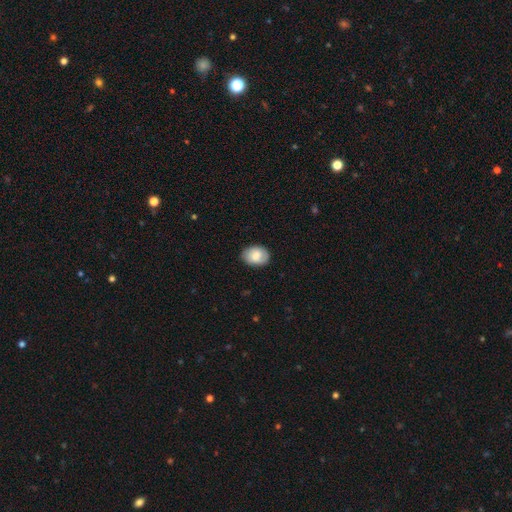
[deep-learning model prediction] Smooth or featured? smooth (78%)
How rounded? in between (73%)
Merging? none (84%)